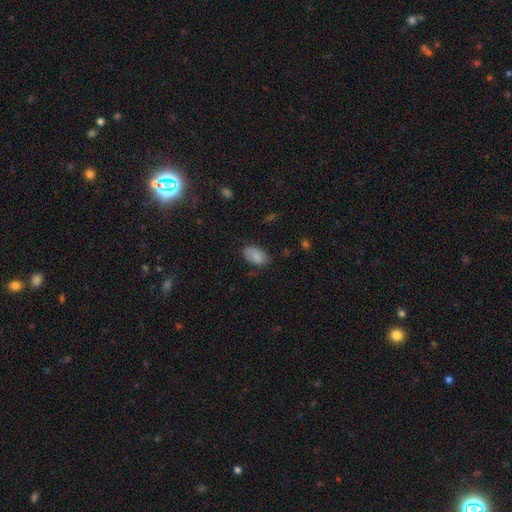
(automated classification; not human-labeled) A smooth galaxy with no disk features (86%) that is in between round and cigar-shaped (93%). Merging: none (73%).